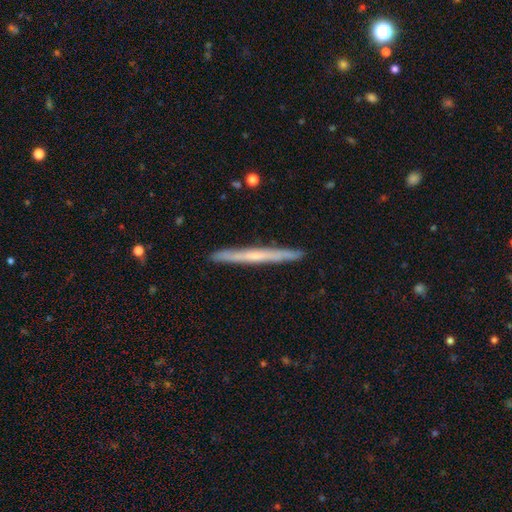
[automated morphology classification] Smooth or featured?
  - featured or disk: 55% *
  - smooth: 39%
  - star or artifact: 6%
Edge-on disk?
  - yes: 97% *
  - no: 3%
Edge-on bulge?
  - none: 67% *
  - rounded: 28%
  - boxy: 5%
Merging?
  - none: 92% *
  - minor disturbance: 6%
  - major disturbance: 1%
  - merger: 1%